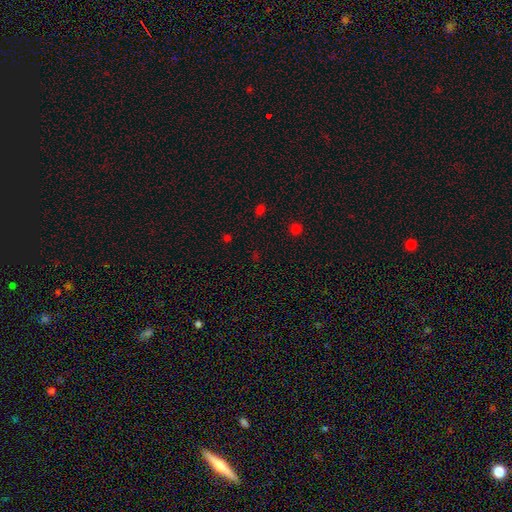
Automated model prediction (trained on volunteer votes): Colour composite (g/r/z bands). It shows a star or artifact, not a galaxy (60%).